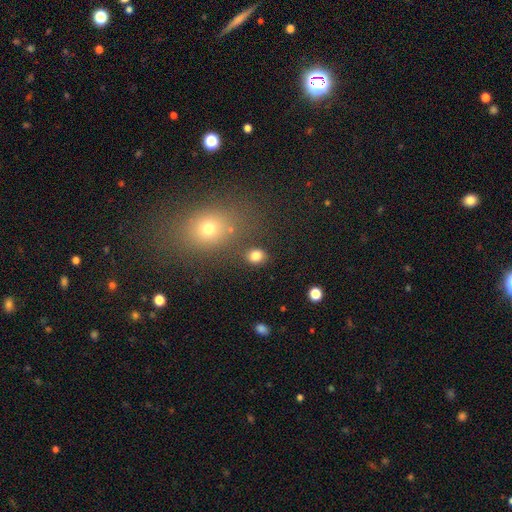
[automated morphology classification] Smooth or featured? smooth (82%)
How rounded? round (54%)
Merging? none (79%)